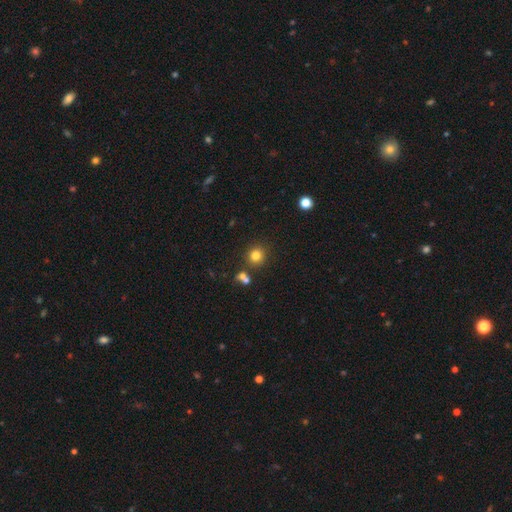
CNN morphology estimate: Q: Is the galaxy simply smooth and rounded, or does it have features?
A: smooth — 80%.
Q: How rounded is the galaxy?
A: round — 90%.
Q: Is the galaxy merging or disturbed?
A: none — 80%.